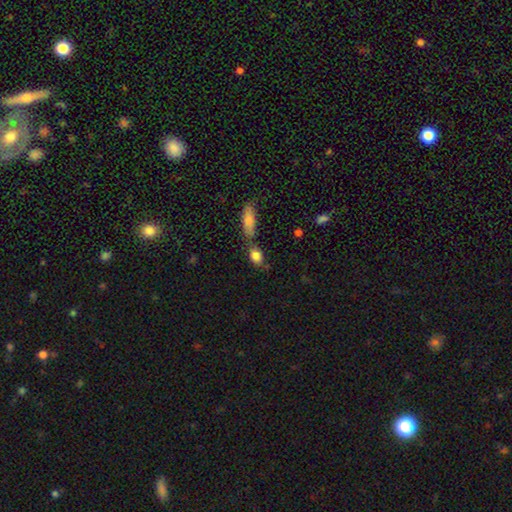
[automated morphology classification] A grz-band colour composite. It shows a smooth galaxy with no disk features (83%) that is in between round and cigar-shaped (70%). Merging: none (58%).